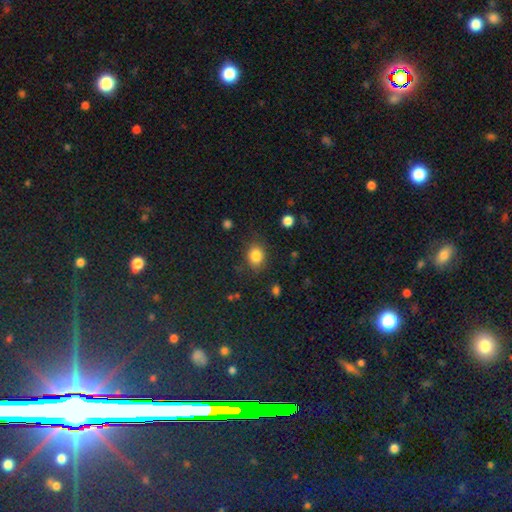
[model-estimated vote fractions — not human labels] This is clearly a smooth galaxy (83%). How rounded: possibly round (53%). Merging: likely none (79%).